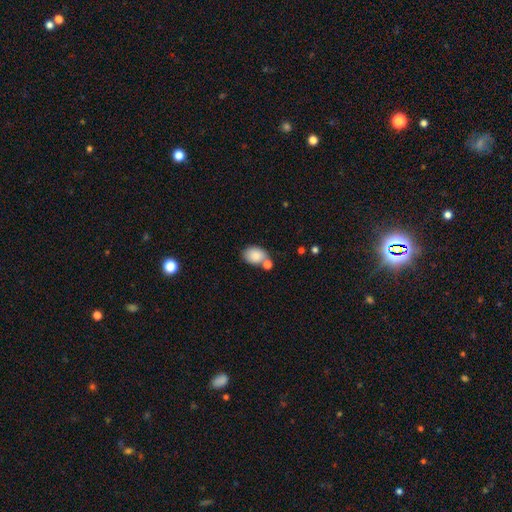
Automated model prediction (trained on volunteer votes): A smooth galaxy with no disk features (85%) that is in between round and cigar-shaped (76%).

Vote fractions:
- Smooth or featured? smooth: 85% / star or artifact: 8% / featured or disk: 7%
- How rounded? in between: 76% / round: 23% / cigar-shaped: 1%
- Merging? none: 52% / merger: 28% / minor disturbance: 16% / major disturbance: 5%